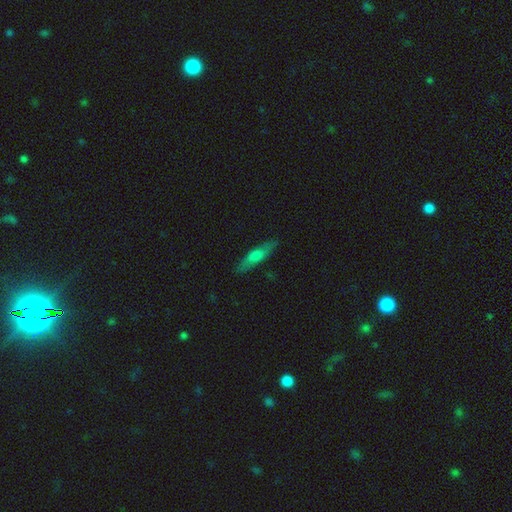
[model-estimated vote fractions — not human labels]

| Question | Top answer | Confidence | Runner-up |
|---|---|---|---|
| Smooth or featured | smooth | 52% | featured or disk (41%) |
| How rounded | cigar-shaped | 75% | in between (23%) |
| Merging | none | 85% | minor disturbance (12%) |